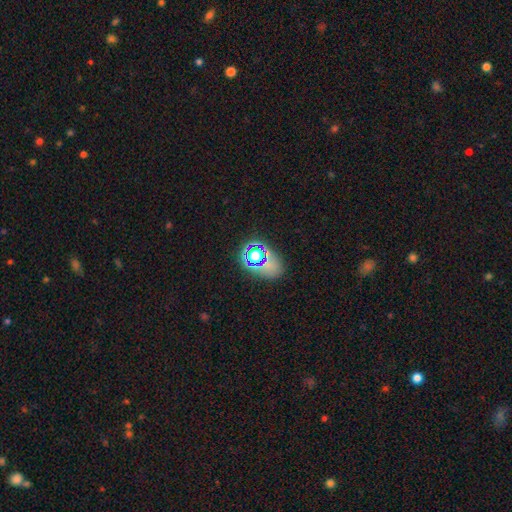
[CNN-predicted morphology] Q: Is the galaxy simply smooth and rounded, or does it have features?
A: smooth — 46%.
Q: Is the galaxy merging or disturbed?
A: none — 73%.